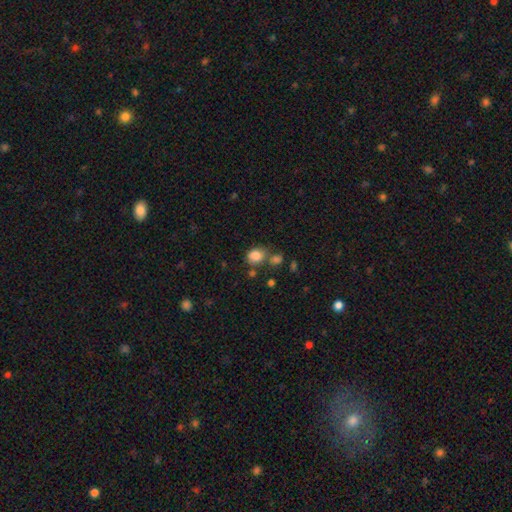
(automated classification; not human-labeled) smooth-or-featured: smooth: 83% | star or artifact: 11% | featured or disk: 6%
  how-rounded: round: 64% | in between: 35% | cigar-shaped: 1%
  merging: none: 59% | merger: 20% | minor disturbance: 15% | major disturbance: 6%